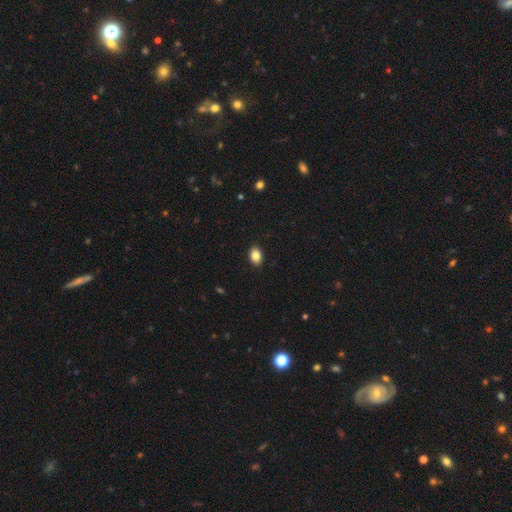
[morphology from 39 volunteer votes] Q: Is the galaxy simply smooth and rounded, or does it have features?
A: smooth — 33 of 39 (85%).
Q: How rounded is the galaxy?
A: in between — 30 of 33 (91%).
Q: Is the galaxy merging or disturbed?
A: none — 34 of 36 (94%).